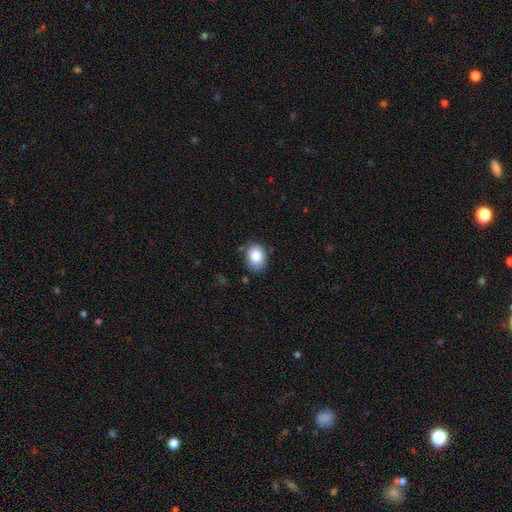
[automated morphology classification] smooth_or_featured: smooth (p=0.85) [alt: star or artifact p=0.08]
how_rounded: in between (p=0.64) [alt: round p=0.36]
merging: none (p=0.78) [alt: minor disturbance p=0.16]